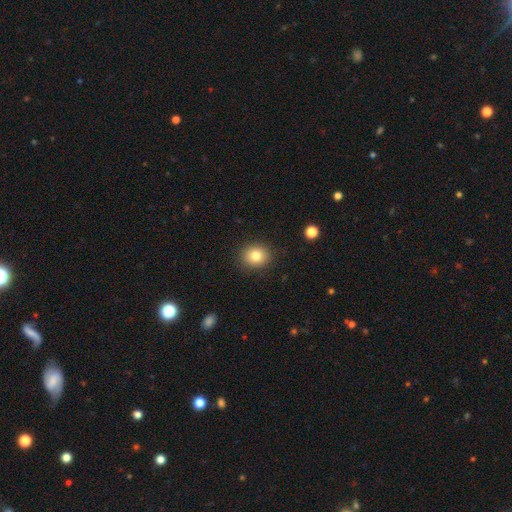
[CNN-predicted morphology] Smooth or featured? Predicted: smooth (p=0.81). How rounded? Predicted: round (p=0.77). Merging? Predicted: none (p=0.89).